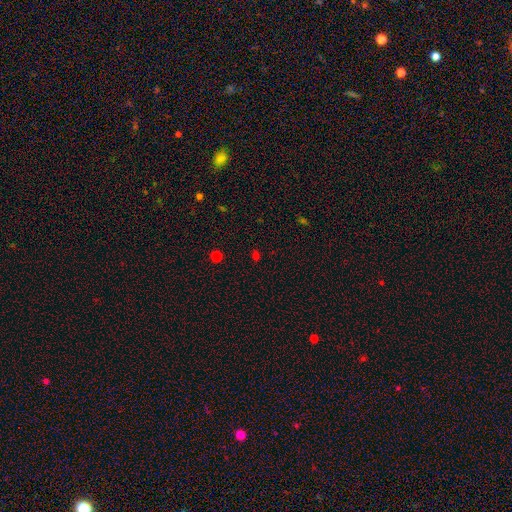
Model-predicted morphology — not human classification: This appears to be a smooth galaxy with no disk features (51%) that is round (50%). Merging: none (82%).